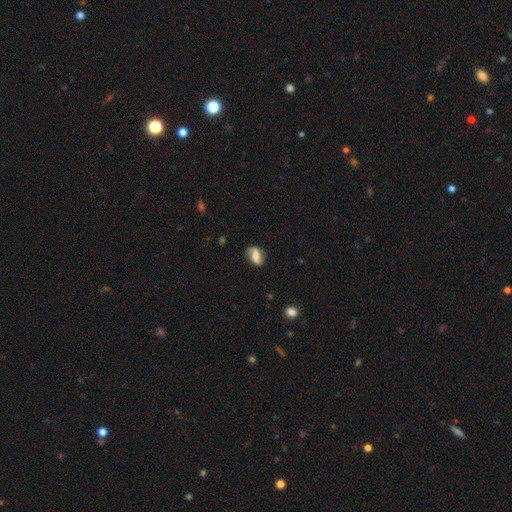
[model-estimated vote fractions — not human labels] A smooth galaxy with no disk features (48%).

Vote fractions:
- Smooth or featured? smooth: 48% / featured or disk: 43% / star or artifact: 10%
- Merging? none: 65% / minor disturbance: 23% / major disturbance: 9% / merger: 3%